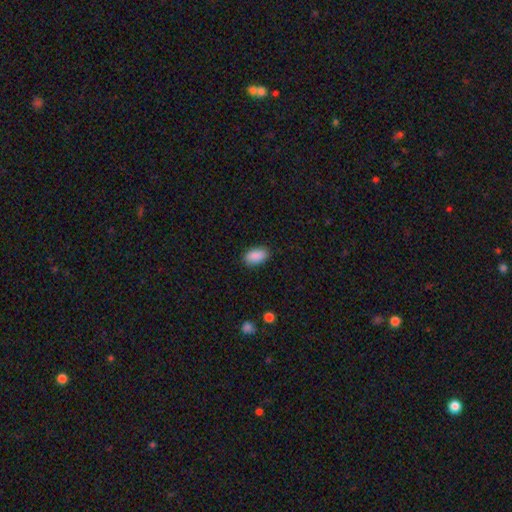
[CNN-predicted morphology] Smooth or featured?
  - smooth: 90% *
  - star or artifact: 7%
  - featured or disk: 3%
How rounded?
  - in between: 93% *
  - round: 4%
  - cigar-shaped: 2%
Merging?
  - none: 86% *
  - minor disturbance: 10%
  - major disturbance: 2%
  - merger: 1%